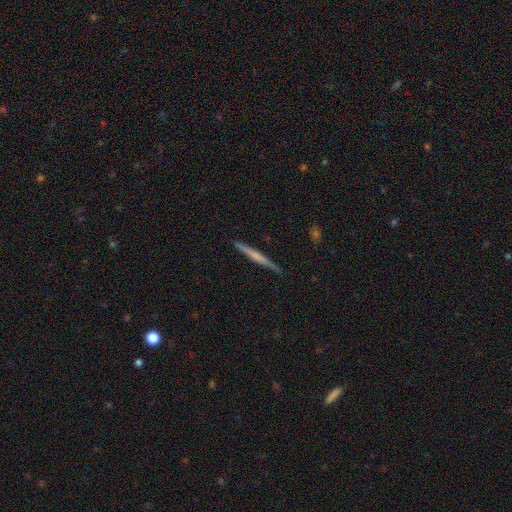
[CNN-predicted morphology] smooth_or_featured: featured or disk (p=0.52) [alt: smooth p=0.42]
disk_edge_on: yes (p=0.98) [alt: no p=0.02]
edge_on_bulge: none (p=0.61) [alt: rounded p=0.30]
merging: none (p=0.90) [alt: minor disturbance p=0.07]